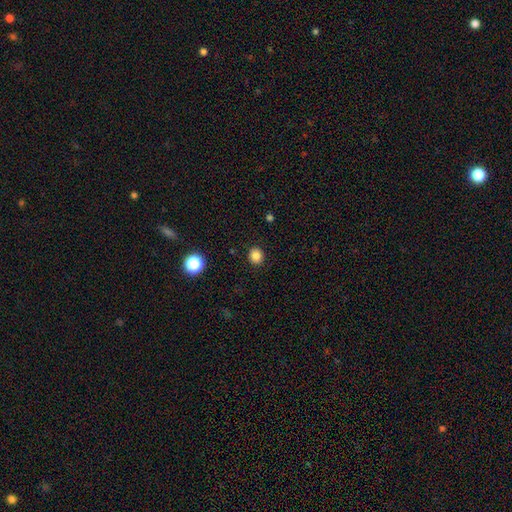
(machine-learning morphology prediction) This is clearly a smooth galaxy (83%). How rounded: clearly round (84%). Merging: clearly none (91%).